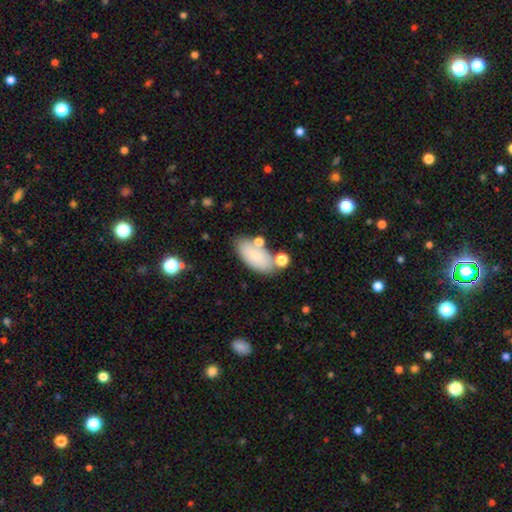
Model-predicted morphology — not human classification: smooth-or-featured: smooth: 76% | featured or disk: 16% | star or artifact: 8%
  how-rounded: in between: 93% | cigar-shaped: 4% | round: 3%
  merging: none: 65% | minor disturbance: 17% | merger: 12% | major disturbance: 6%